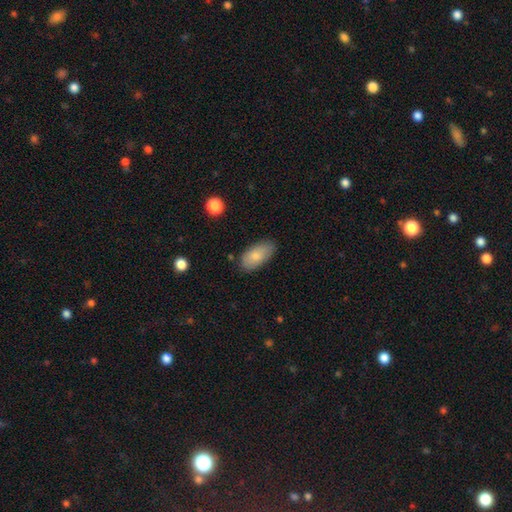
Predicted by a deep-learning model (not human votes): smooth_or_featured: smooth (p=0.80) [alt: featured or disk p=0.13]
how_rounded: in between (p=0.92) [alt: cigar-shaped p=0.04]
merging: none (p=0.79) [alt: minor disturbance p=0.16]